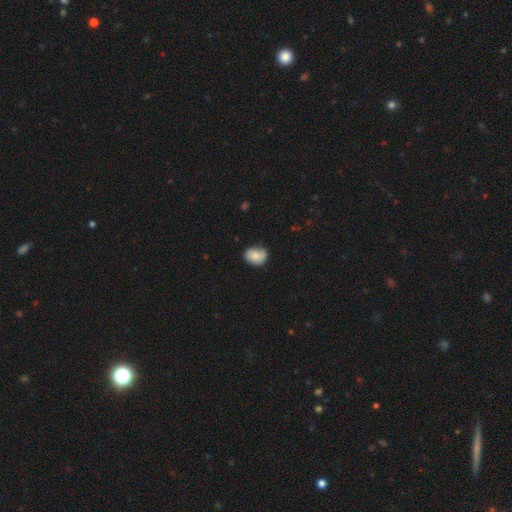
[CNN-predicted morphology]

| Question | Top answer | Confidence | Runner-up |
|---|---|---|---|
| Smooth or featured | smooth | 77% | featured or disk (15%) |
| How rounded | in between | 51% | round (48%) |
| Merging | none | 63% | minor disturbance (29%) |